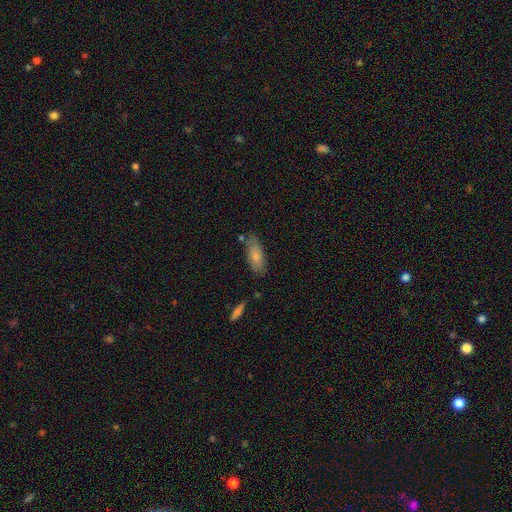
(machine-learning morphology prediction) A smooth galaxy with no disk features (79%) that is in between round and cigar-shaped (74%). Merging: none (73%).